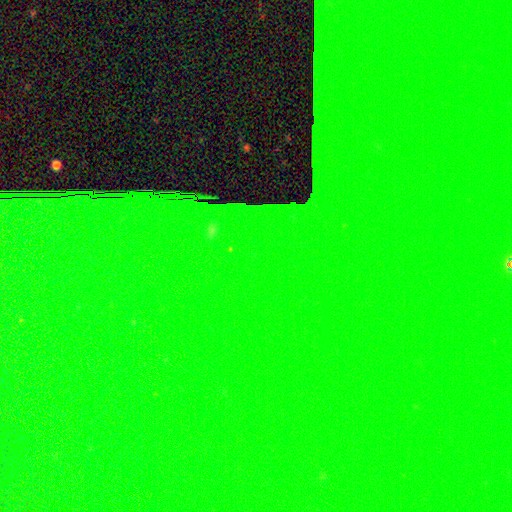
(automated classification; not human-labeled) smooth_or_featured: star or artifact (p=0.85) [alt: featured or disk p=0.08]